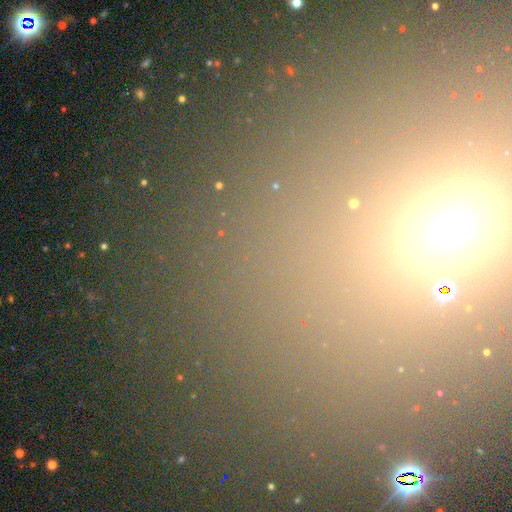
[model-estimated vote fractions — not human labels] Overall: star or artifact (58%; smooth 31%).